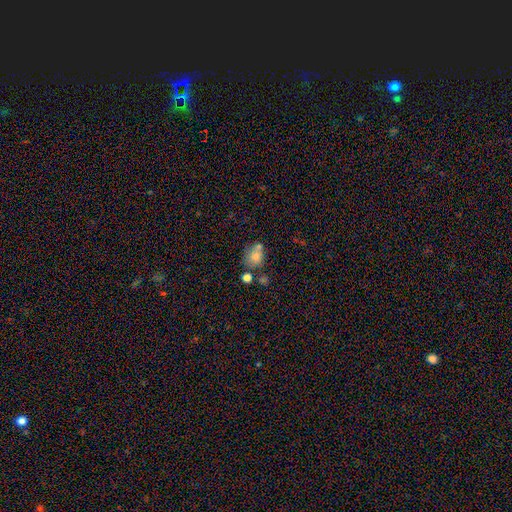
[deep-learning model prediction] Smooth or featured? smooth (75%)
How rounded? round (52%)
Merging? none (46%)